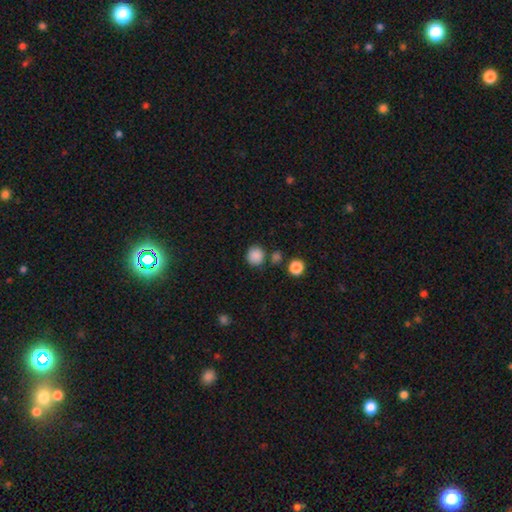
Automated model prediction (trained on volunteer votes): A smooth galaxy with no disk features (86%) that is round (89%). Merging: none (78%).